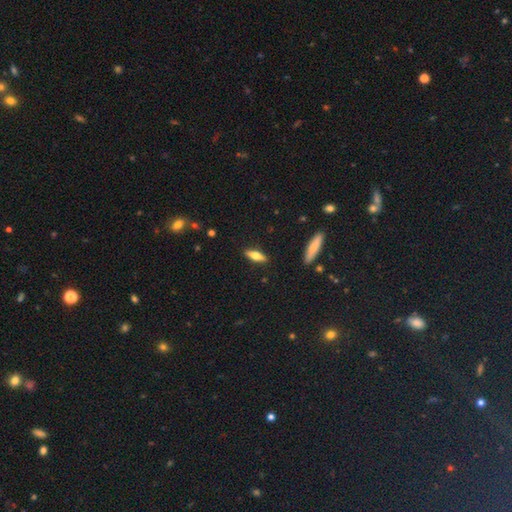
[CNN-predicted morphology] Smooth or featured: smooth — 55% (featured or disk — 38%)
How rounded: cigar-shaped — 51% (in between — 46%)
Merging: none — 89% (minor disturbance — 8%)